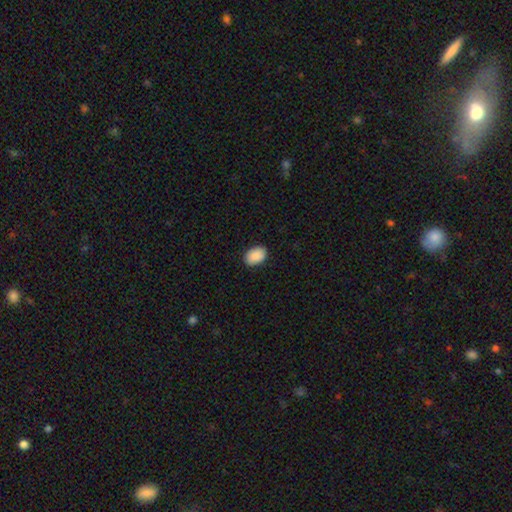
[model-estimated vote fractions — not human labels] smooth_or_featured: smooth (p=0.91) [alt: star or artifact p=0.06]
how_rounded: in between (p=0.84) [alt: round p=0.15]
merging: none (p=0.86) [alt: minor disturbance p=0.11]